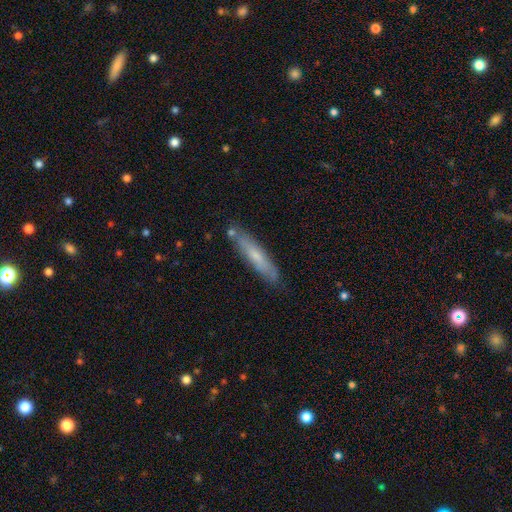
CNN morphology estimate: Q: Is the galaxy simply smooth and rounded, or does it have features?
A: smooth — 56%.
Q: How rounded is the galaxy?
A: cigar-shaped — 87%.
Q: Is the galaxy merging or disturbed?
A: none — 79%.